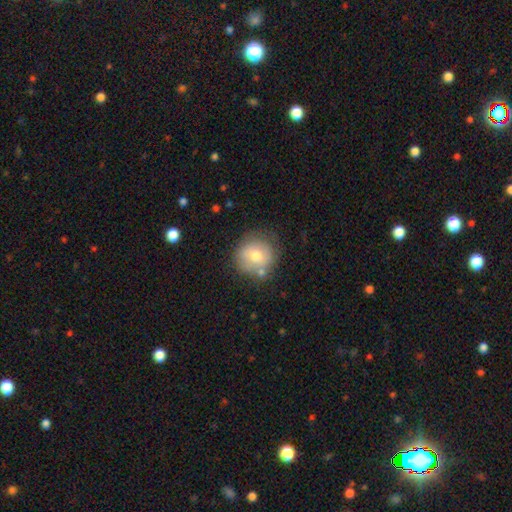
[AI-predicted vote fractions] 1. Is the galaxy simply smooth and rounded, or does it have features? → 68% smooth, 23% featured or disk, 8% star or artifact.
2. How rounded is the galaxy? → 90% round, 9% in between, 1% cigar-shaped.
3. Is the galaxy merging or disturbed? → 68% none, 18% minor disturbance, 9% merger, 6% major disturbance.